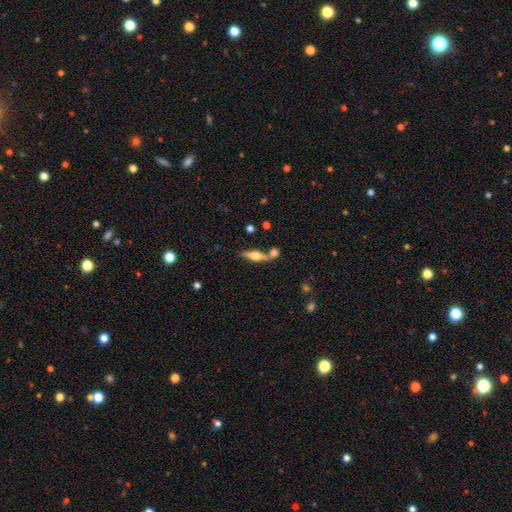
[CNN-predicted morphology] smooth_or_featured: featured or disk (p=0.57) [alt: smooth p=0.36]
disk_edge_on: yes (p=0.93) [alt: no p=0.07]
edge_on_bulge: rounded (p=0.92) [alt: boxy p=0.05]
merging: none (p=0.59) [alt: merger p=0.26]